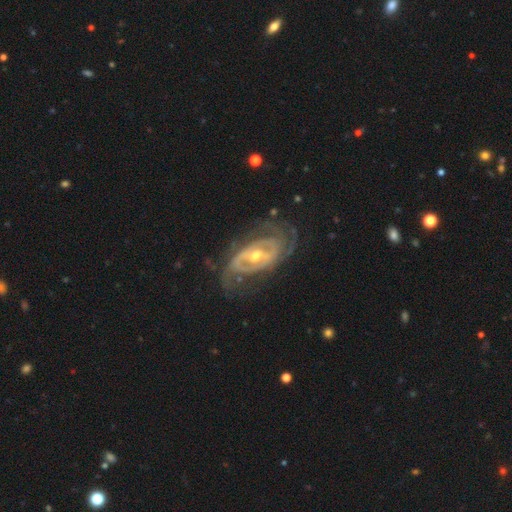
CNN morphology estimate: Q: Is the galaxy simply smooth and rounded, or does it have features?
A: featured or disk — 89%.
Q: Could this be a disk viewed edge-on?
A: no — 94%.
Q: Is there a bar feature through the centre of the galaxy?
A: strong — 39%.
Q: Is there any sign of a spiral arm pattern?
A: yes — 91%.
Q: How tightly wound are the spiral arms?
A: tight — 55%.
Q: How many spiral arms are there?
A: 2 — 46%.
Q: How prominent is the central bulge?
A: moderate — 59%.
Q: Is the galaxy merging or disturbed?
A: none — 66%.